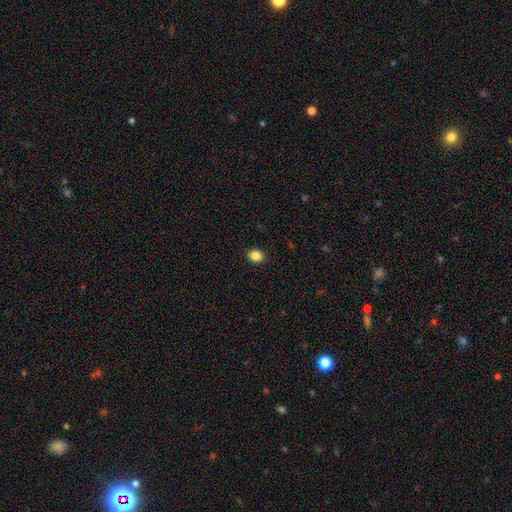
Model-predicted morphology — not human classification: Smooth or featured? Predicted: smooth (p=0.86). How rounded? Predicted: round (p=0.59). Merging? Predicted: none (p=0.92).